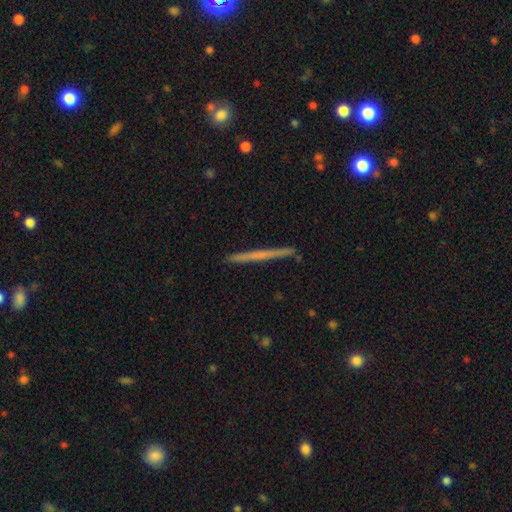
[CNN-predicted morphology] A featured or disk galaxy (53%) viewed edge-on (97%) with no central bulge (79%). Merging: none (91%).